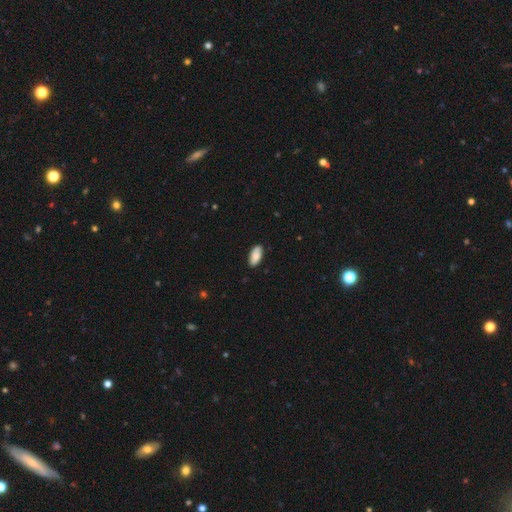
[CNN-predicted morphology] Smooth or featured?
  - smooth: 86% *
  - featured or disk: 8%
  - star or artifact: 6%
How rounded?
  - in between: 91% *
  - cigar-shaped: 7%
  - round: 2%
Merging?
  - none: 86% *
  - minor disturbance: 11%
  - major disturbance: 2%
  - merger: 1%